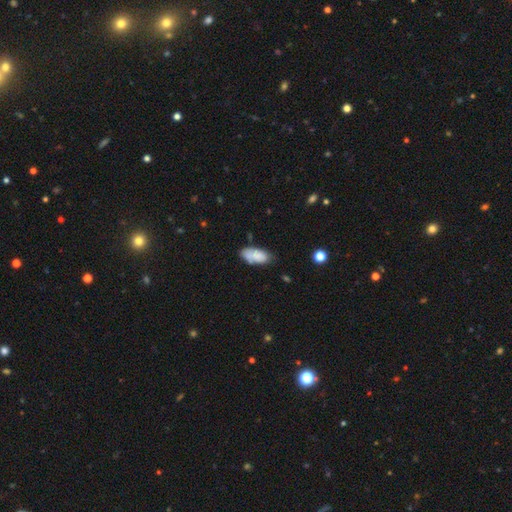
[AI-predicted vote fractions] Smooth or featured?
  - smooth: 81% *
  - featured or disk: 11%
  - star or artifact: 7%
How rounded?
  - in between: 89% *
  - cigar-shaped: 9%
  - round: 2%
Merging?
  - none: 64% *
  - minor disturbance: 25%
  - merger: 6%
  - major disturbance: 5%